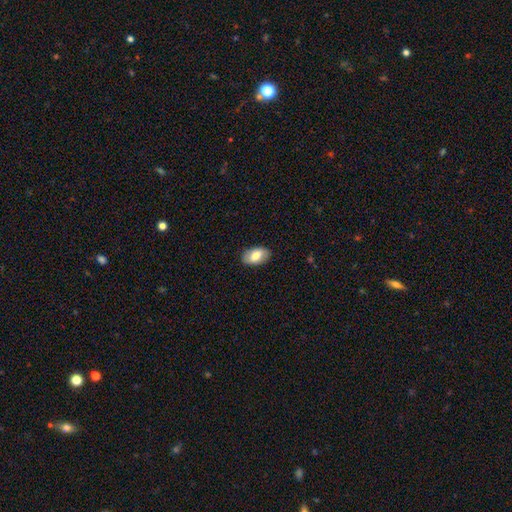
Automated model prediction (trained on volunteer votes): Smooth or featured: smooth — 73% (featured or disk — 20%)
How rounded: in between — 93% (round — 6%)
Merging: none — 86% (minor disturbance — 10%)